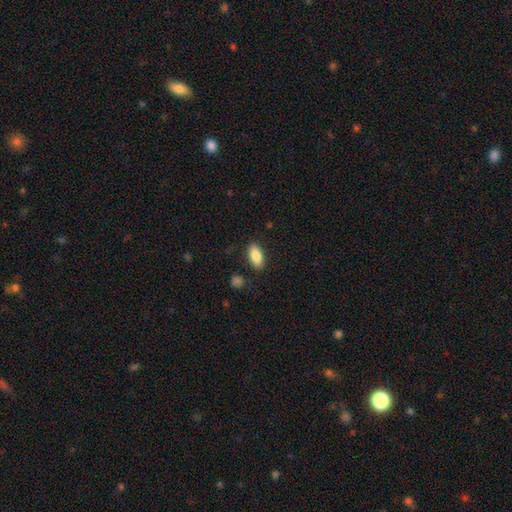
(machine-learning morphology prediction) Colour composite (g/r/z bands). It shows a smooth galaxy with no disk features (86%) that is in between round and cigar-shaped (90%). Merging: none (85%).